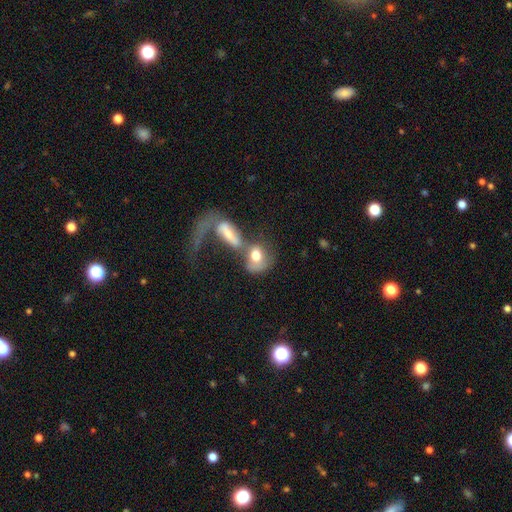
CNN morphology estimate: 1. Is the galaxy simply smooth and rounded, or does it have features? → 66% smooth, 26% featured or disk, 9% star or artifact.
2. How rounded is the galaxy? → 59% in between, 36% round, 5% cigar-shaped.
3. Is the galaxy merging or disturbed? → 60% merger, 16% none, 16% major disturbance, 7% minor disturbance.